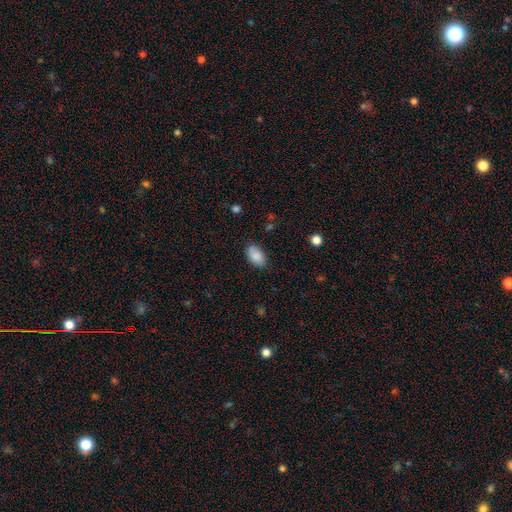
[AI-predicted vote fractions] Smooth or featured?
  - smooth: 86% *
  - star or artifact: 7%
  - featured or disk: 7%
How rounded?
  - in between: 92% *
  - round: 6%
  - cigar-shaped: 1%
Merging?
  - none: 79% *
  - minor disturbance: 16%
  - major disturbance: 3%
  - merger: 1%